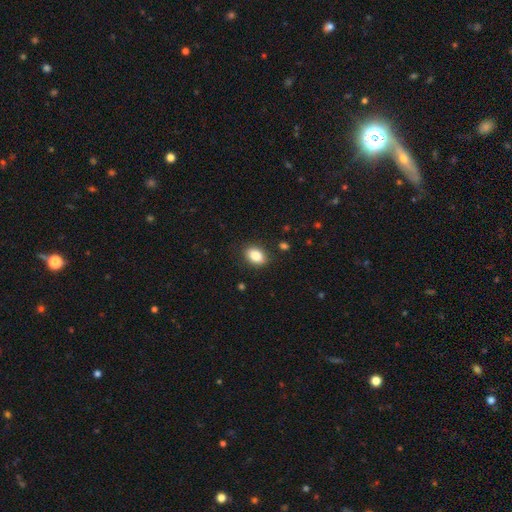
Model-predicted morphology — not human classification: Smooth or featured? smooth (86%)
How rounded? in between (83%)
Merging? none (85%)